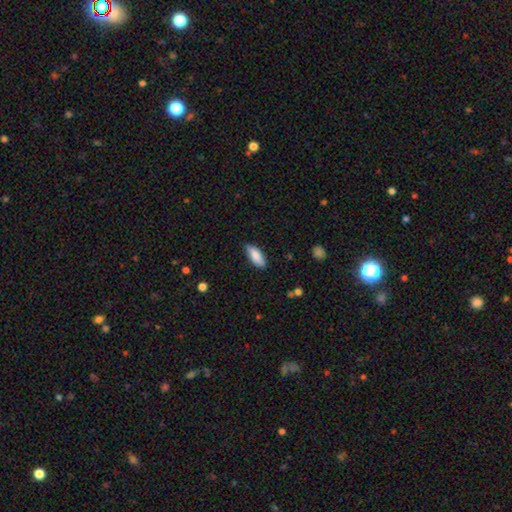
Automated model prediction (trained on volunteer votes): smooth 84%, featured or disk 10%, star or artifact 6%. Down the decision tree: how rounded — in between (77%); merging — none (81%).